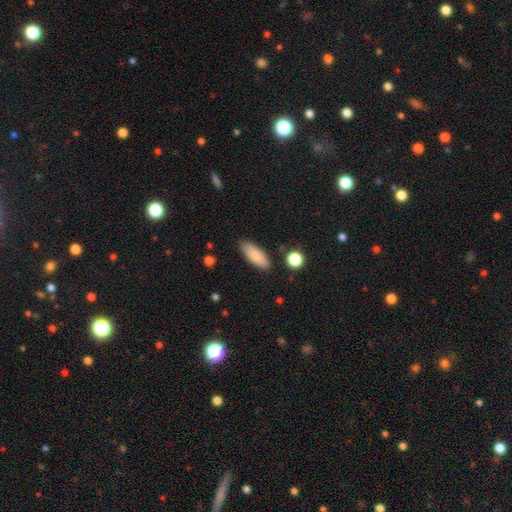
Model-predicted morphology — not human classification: Q: Smooth or featured?
A: smooth (84%); runner-up: featured or disk (10%)
Q: How rounded?
A: in between (75%); runner-up: cigar-shaped (23%)
Q: Merging?
A: none (85%); runner-up: minor disturbance (11%)